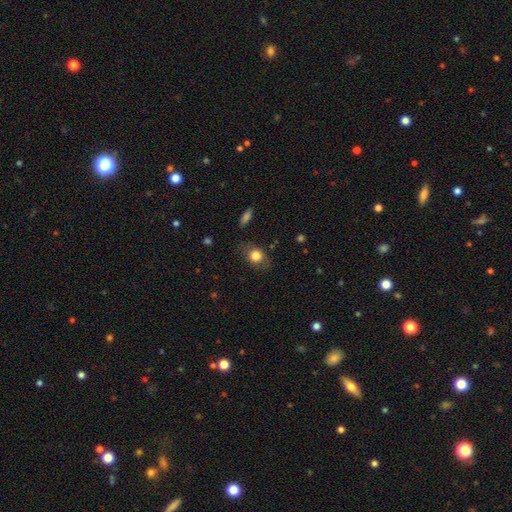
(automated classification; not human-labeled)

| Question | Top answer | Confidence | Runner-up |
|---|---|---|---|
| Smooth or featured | smooth | 78% | featured or disk (13%) |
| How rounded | in between | 52% | round (46%) |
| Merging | none | 74% | minor disturbance (18%) |